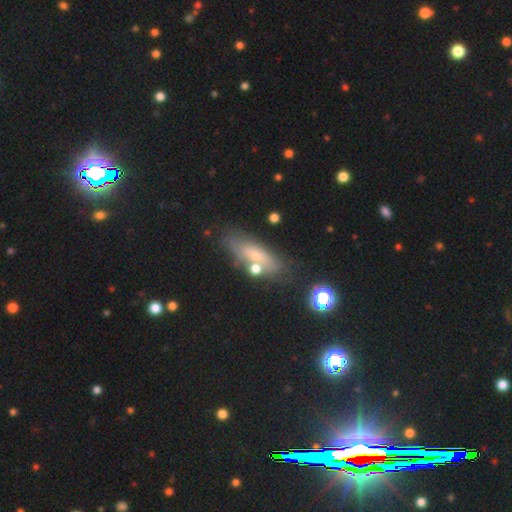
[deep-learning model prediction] smooth_or_featured: smooth (p=0.50) [alt: featured or disk p=0.36]
merging: none (p=0.70) [alt: minor disturbance p=0.16]